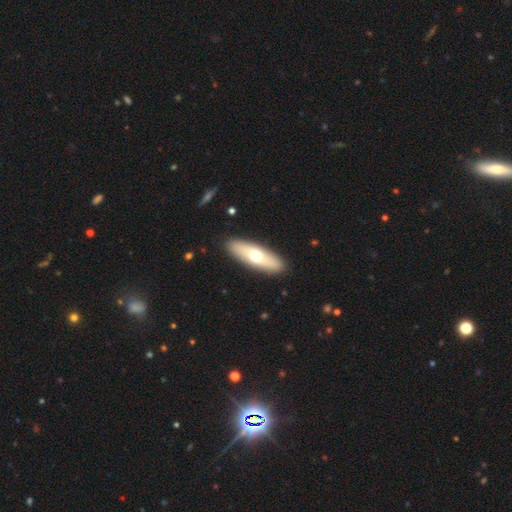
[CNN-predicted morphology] smooth 58%, featured or disk 37%, star or artifact 5%. Down the decision tree: how rounded — in between (49%); merging — none (91%).